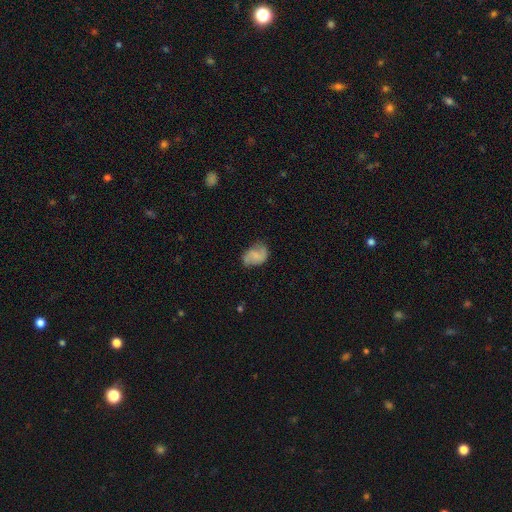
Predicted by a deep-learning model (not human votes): This is possibly a smooth galaxy (50%). How rounded: likely in between (76%). Merging: likely none (61%).